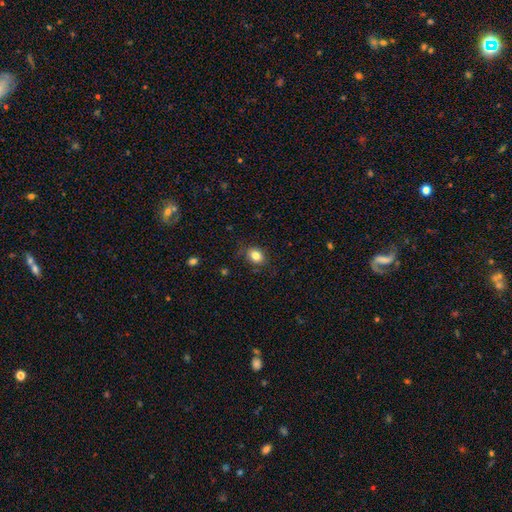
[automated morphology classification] Overall: smooth (84%). How rounded: in between (52%; round 47%). Merging: none (81%).